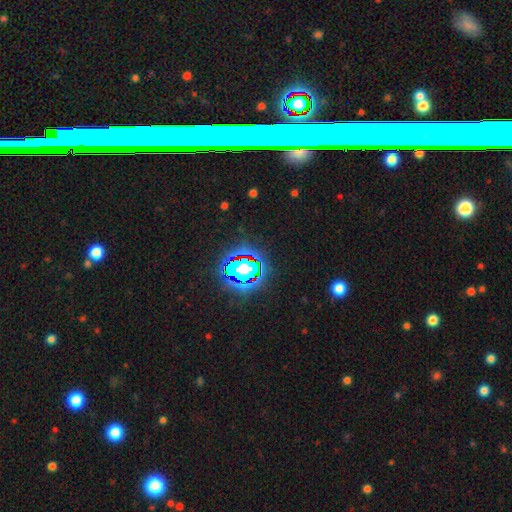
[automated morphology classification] Smooth or featured? star or artifact (66%)